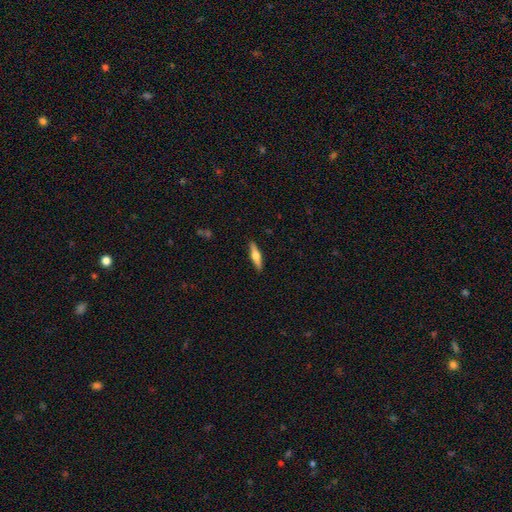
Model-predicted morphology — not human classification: This is possibly a featured or disk galaxy (57%). It is clearly viewed edge-on (96%). Edge-on bulge: clearly rounded (93%). Merging: clearly none (91%).